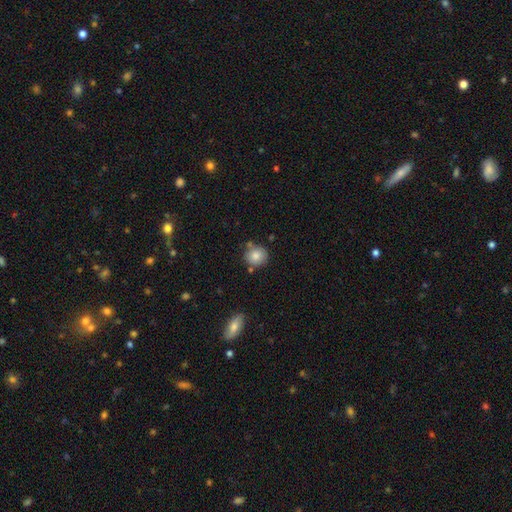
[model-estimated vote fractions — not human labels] This appears to be a smooth galaxy with no disk features (83%) that is round (84%). Merging: none (74%).